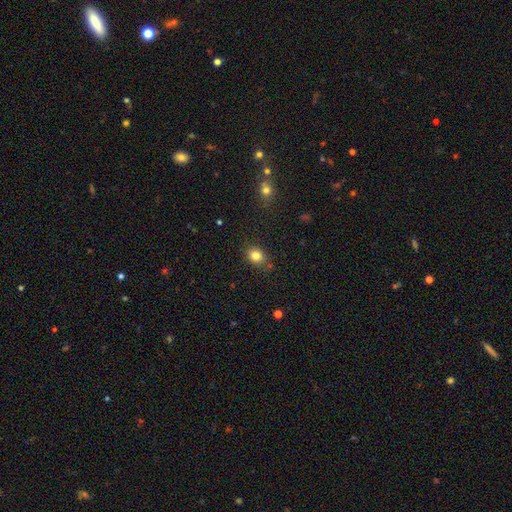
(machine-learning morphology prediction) This is clearly a smooth galaxy (82%). How rounded: possibly round (57%). Merging: clearly none (80%).